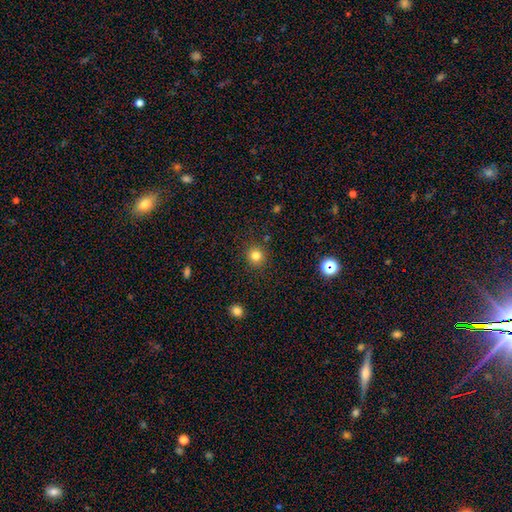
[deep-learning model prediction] Morphology: type=smooth (81%); roundness=round (92%); merging=none (88%).